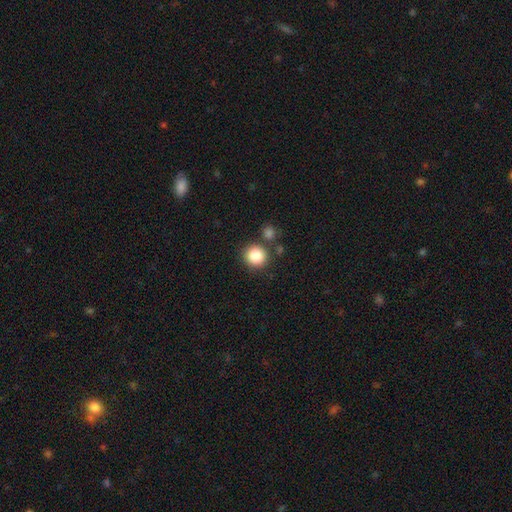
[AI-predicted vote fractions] A smooth galaxy with no disk features (86%) that is round (92%).

Vote fractions:
- Smooth or featured? smooth: 86% / star or artifact: 9% / featured or disk: 5%
- How rounded? round: 92% / in between: 7% / cigar-shaped: 1%
- Merging? none: 79% / merger: 10% / minor disturbance: 9% / major disturbance: 3%